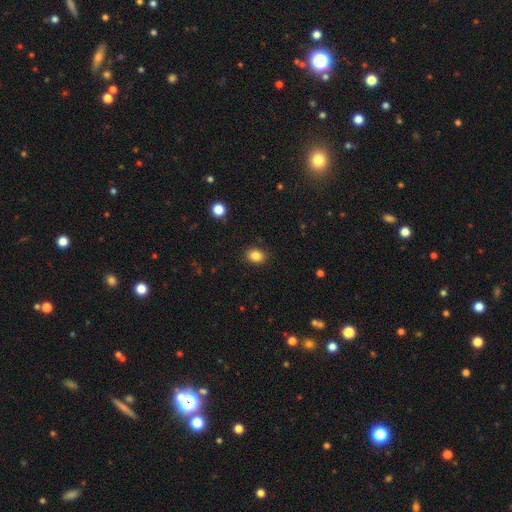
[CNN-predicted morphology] Smooth or featured: smooth — 84% (star or artifact — 10%)
How rounded: in between — 58% (round — 41%)
Merging: none — 88% (minor disturbance — 8%)